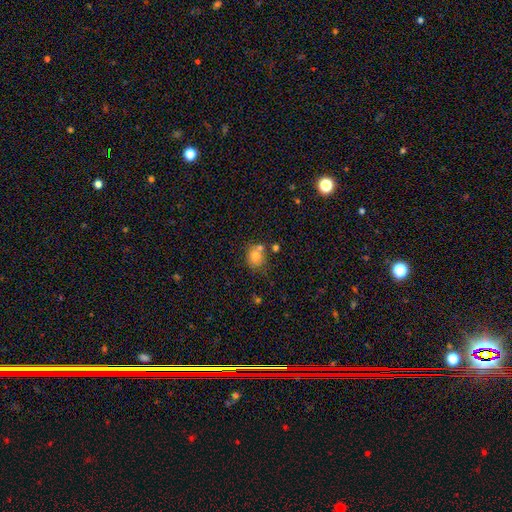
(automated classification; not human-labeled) smooth_or_featured: smooth (p=0.74) [alt: featured or disk p=0.14]
how_rounded: round (p=0.69) [alt: in between p=0.30]
merging: none (p=0.55) [alt: merger p=0.25]